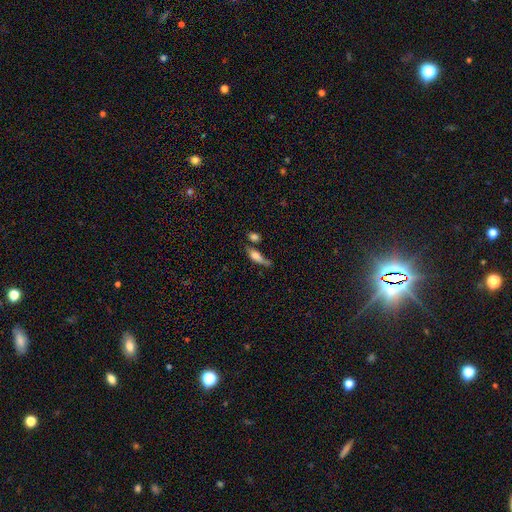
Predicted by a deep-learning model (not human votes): Smooth or featured: smooth — 64% (featured or disk — 26%)
How rounded: in between — 49% (cigar-shaped — 46%)
Merging: none — 38% (minor disturbance — 23%)